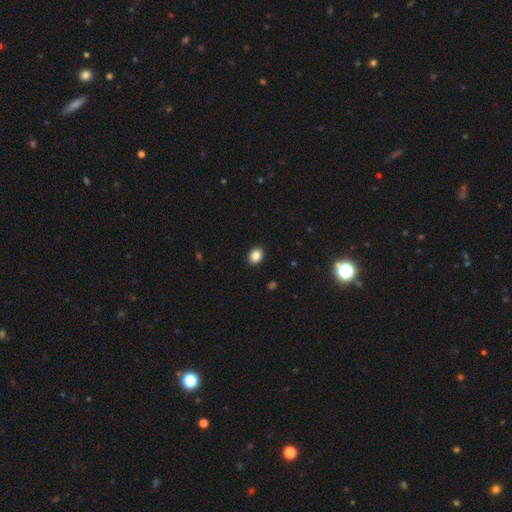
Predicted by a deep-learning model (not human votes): Smooth or featured? smooth (86%)
How rounded? in between (54%)
Merging? none (91%)